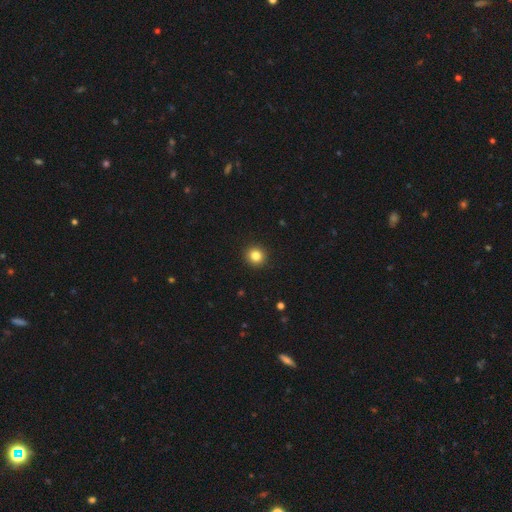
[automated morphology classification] This is clearly a smooth galaxy (84%). How rounded: clearly round (93%). Merging: clearly none (93%).